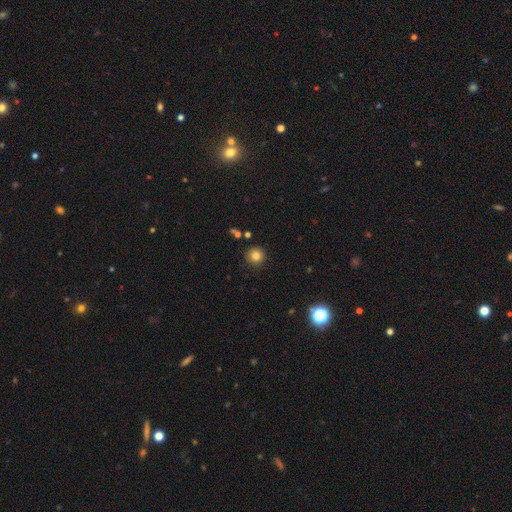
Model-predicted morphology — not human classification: A smooth galaxy with no disk features (81%) that is round (94%).

Vote fractions:
- Smooth or featured? smooth: 81% / star or artifact: 13% / featured or disk: 6%
- How rounded? round: 94% / in between: 5% / cigar-shaped: 1%
- Merging? none: 89% / minor disturbance: 7% / merger: 3% / major disturbance: 2%